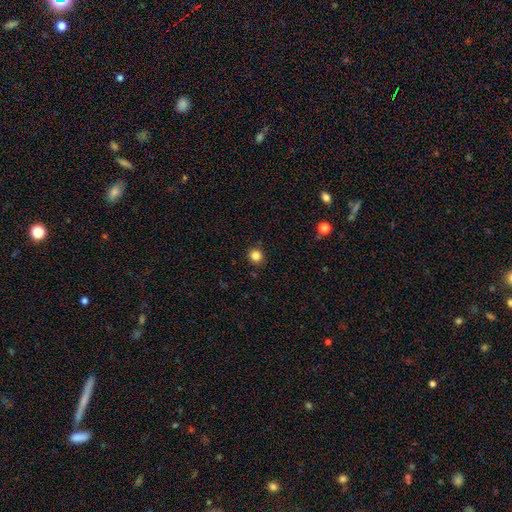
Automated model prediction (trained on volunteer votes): A smooth galaxy with no disk features (84%) that is round (90%). Merging: none (91%).